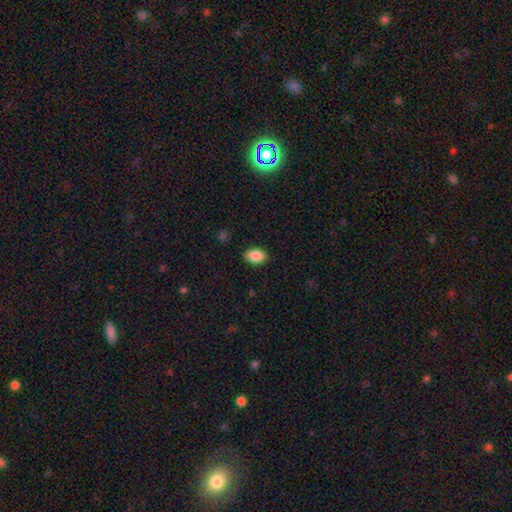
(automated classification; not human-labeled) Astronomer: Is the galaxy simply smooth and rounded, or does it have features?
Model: smooth — 87%.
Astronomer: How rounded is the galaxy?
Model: in between — 85%.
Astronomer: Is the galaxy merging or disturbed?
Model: none — 86%.